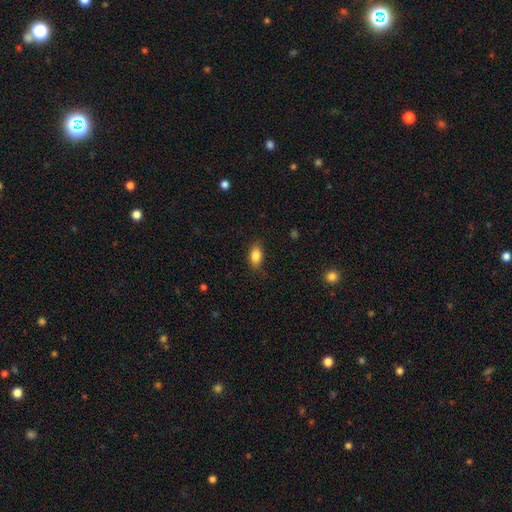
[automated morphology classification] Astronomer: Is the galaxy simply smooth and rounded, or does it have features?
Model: smooth — 84%.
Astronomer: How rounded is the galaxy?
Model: in between — 87%.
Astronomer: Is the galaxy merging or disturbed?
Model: none — 81%.